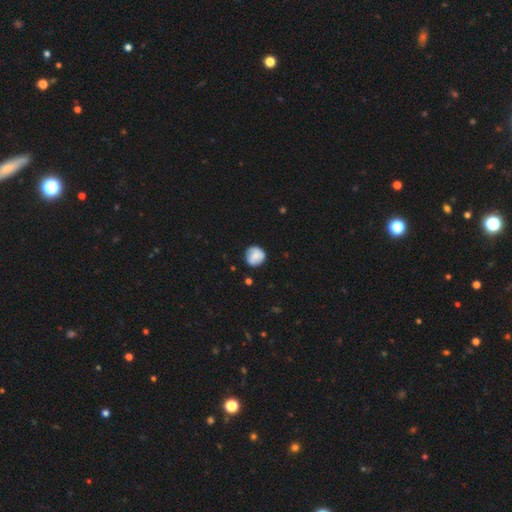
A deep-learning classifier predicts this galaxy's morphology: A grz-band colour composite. It shows a smooth galaxy with no disk features (68%) that is round (89%). Merging: none (74%).